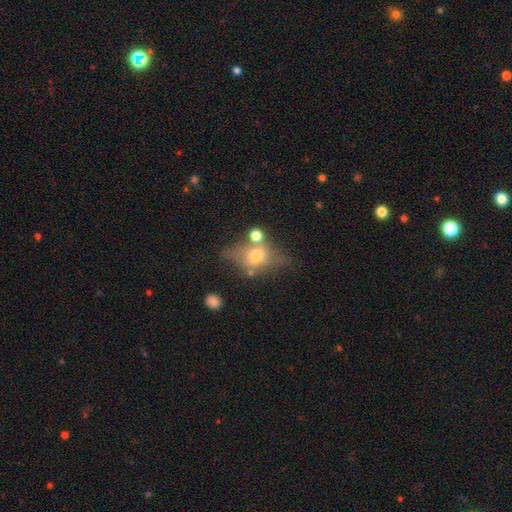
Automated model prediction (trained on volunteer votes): smooth-or-featured: smooth: 50% | featured or disk: 39% | star or artifact: 11%
  merging: none: 49% | minor disturbance: 22% | merger: 15% | major disturbance: 14%